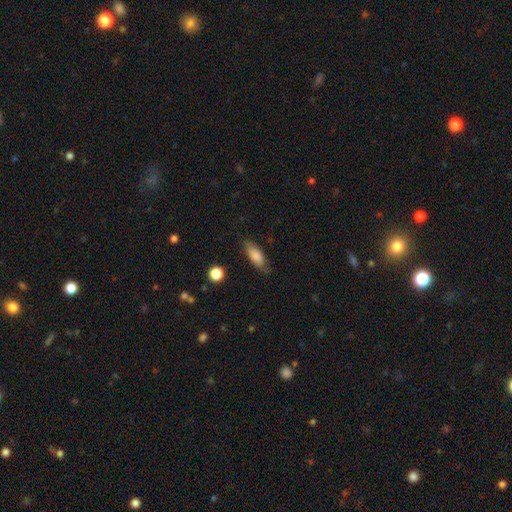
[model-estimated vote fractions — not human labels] Smooth or featured? Predicted: smooth (p=0.81). How rounded? Predicted: in between (p=0.74). Merging? Predicted: none (p=0.74).